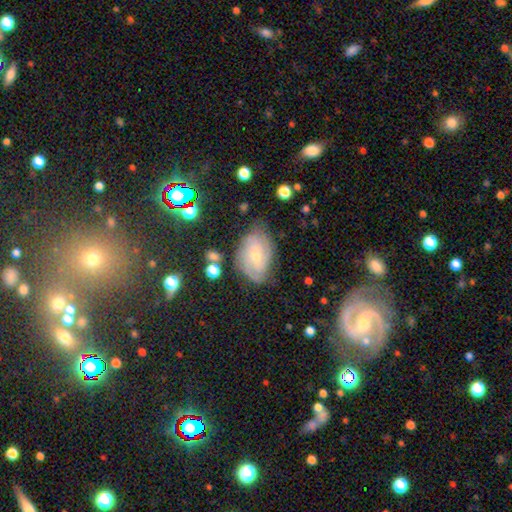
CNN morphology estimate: smooth-or-featured: featured or disk: 69% | smooth: 19% | star or artifact: 11%
  disk-edge-on: no: 96% | yes: 4%
    bar: no: 53% | weak: 37% | strong: 10%
    has-spiral-arms: yes: 91% | no: 9%
      spiral-winding: tight: 56% | medium: 33% | loose: 11%
      spiral-arm-count: can't tell: 32% | 2: 30% | 3: 23% | 4: 7% | 1: 5% | more than 4: 4%
    bulge-size: small: 54% | moderate: 42% | large: 1% | none: 1% | dominant: 1%
  merging: none: 65% | minor disturbance: 25% | major disturbance: 8% | merger: 3%